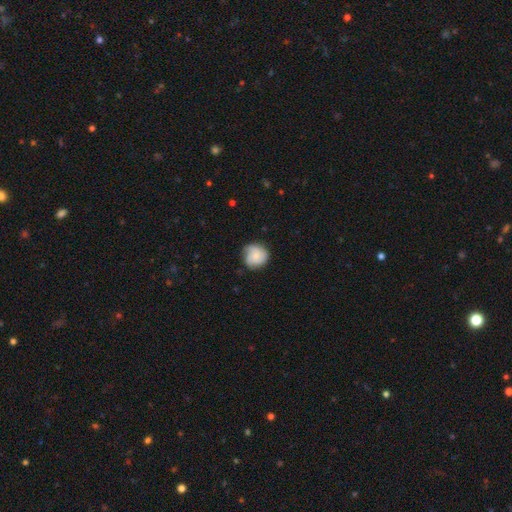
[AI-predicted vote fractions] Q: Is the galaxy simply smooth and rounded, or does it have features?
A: smooth — 65%.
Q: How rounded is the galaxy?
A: round — 87%.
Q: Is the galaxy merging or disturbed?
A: none — 66%.